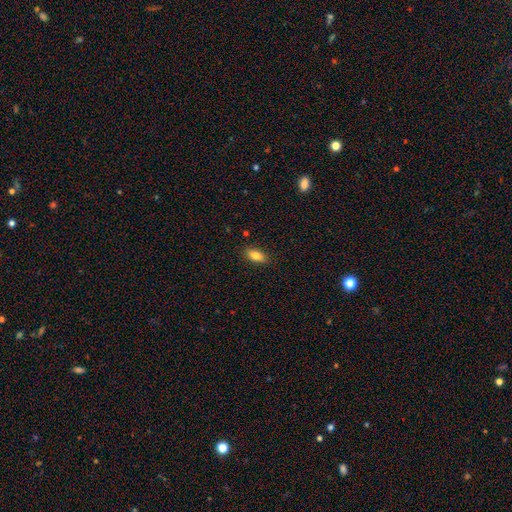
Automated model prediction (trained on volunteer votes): smooth_or_featured: smooth (p=0.82) [alt: featured or disk p=0.10]
how_rounded: in between (p=0.87) [alt: cigar-shaped p=0.09]
merging: none (p=0.87) [alt: minor disturbance p=0.10]